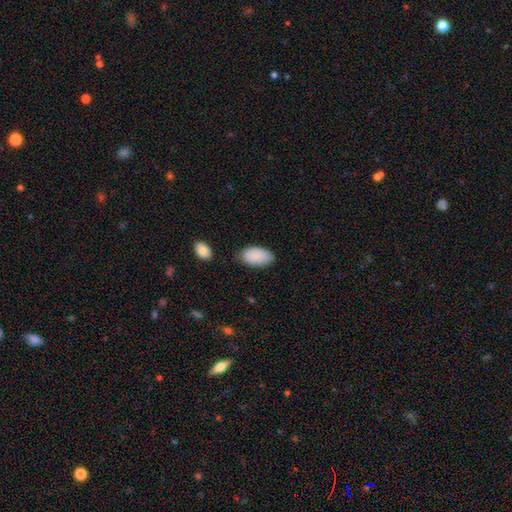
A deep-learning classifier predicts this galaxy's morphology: Smooth or featured? Predicted: smooth (p=0.89). How rounded? Predicted: in between (p=0.95). Merging? Predicted: none (p=0.74).